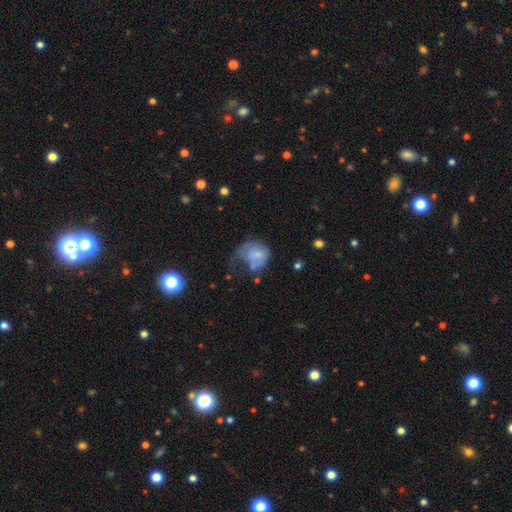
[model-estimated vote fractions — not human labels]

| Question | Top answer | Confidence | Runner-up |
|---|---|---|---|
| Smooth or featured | smooth | 61% | featured or disk (29%) |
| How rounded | round | 55% | in between (44%) |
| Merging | major disturbance | 48% | minor disturbance (25%) |